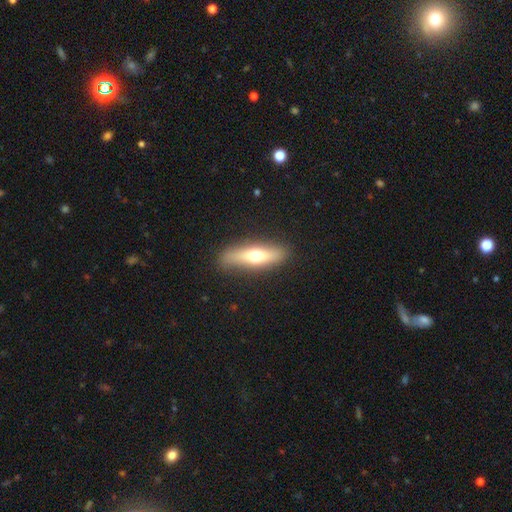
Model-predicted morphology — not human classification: Overall: smooth (54%; featured or disk 40%). How rounded: cigar-shaped (64%; in between 33%). Merging: none (86%).